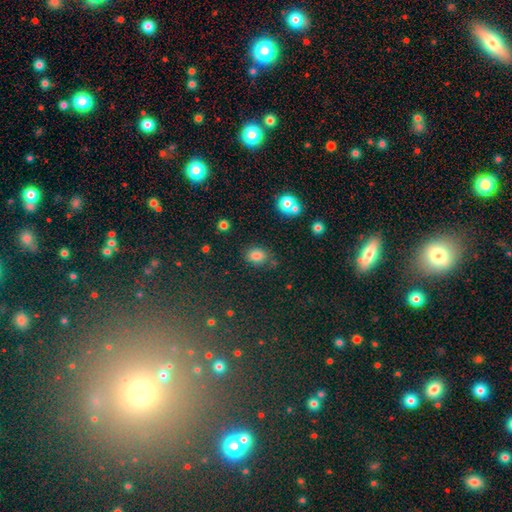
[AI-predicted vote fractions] This is likely a smooth galaxy (79%). How rounded: likely in between (61%). Merging: likely none (73%).